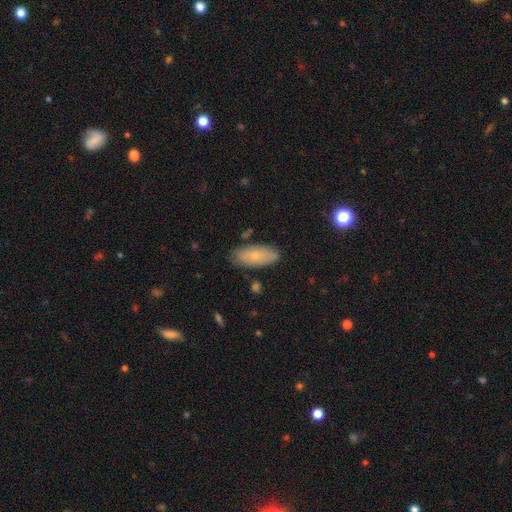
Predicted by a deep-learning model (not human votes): A smooth galaxy with no disk features (71%) that is in between round and cigar-shaped (85%). Merging: none (80%).